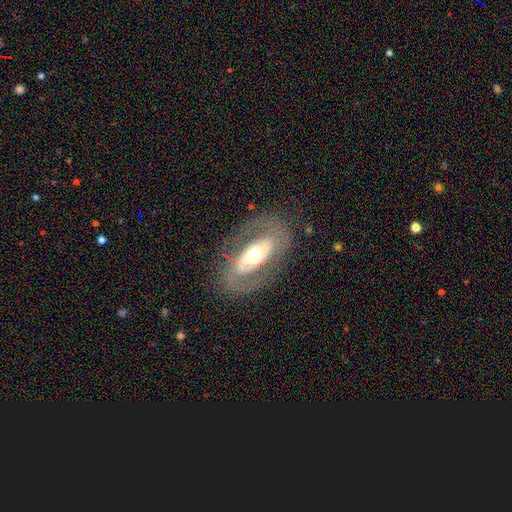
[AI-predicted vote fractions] Smooth or featured? Predicted: featured or disk (p=0.72). Edge-on disk? Predicted: no (p=0.89). Bar? Predicted: no (p=0.44). Spiral arms? Predicted: yes (p=0.56). Bulge size? Predicted: moderate (p=0.62). Merging? Predicted: none (p=0.78).